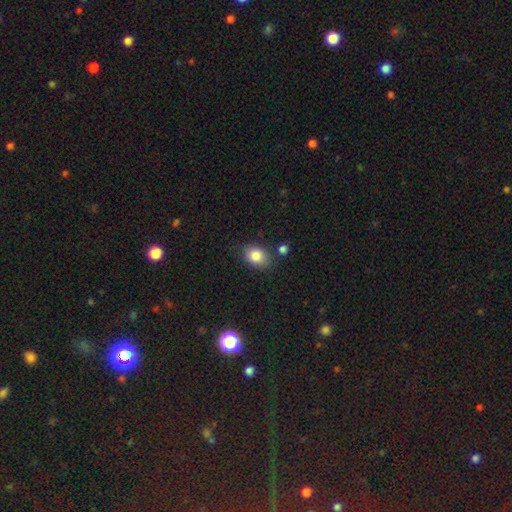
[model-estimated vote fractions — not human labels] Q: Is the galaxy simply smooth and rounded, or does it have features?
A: smooth — 84%.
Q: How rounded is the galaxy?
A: in between — 69%.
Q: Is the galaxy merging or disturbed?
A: none — 77%.